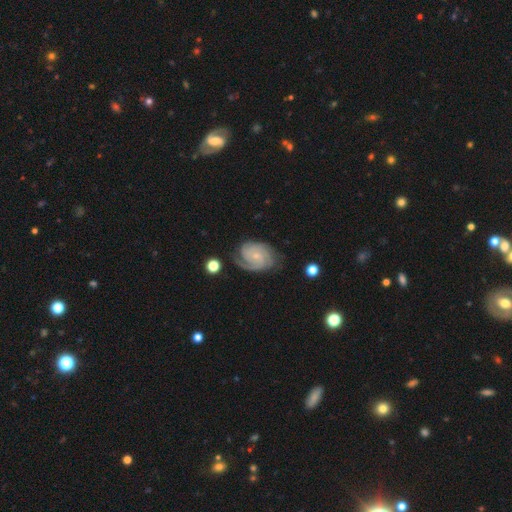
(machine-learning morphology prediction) Overall: featured or disk (89%). Edge-on disk: no (98%). Bar: no (73%). Spiral arms: yes (98%). Spiral arm count: 3 (38%; 2 30%). Spiral winding: tight (70%). Bulge size: small (79%). Merging: none (75%).